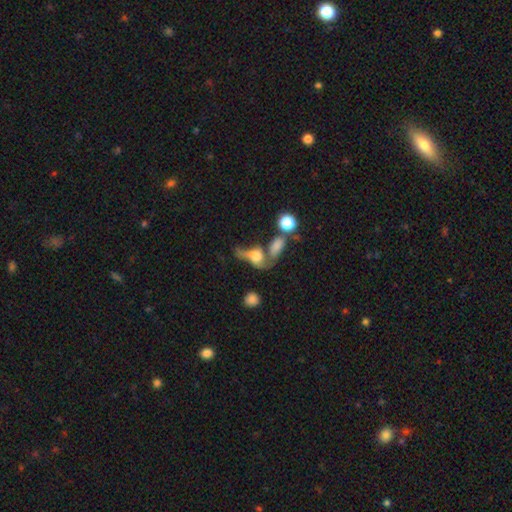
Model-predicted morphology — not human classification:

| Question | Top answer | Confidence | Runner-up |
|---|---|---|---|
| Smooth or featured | featured or disk | 49% | smooth (39%) |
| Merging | merger | 44% | major disturbance (23%) |